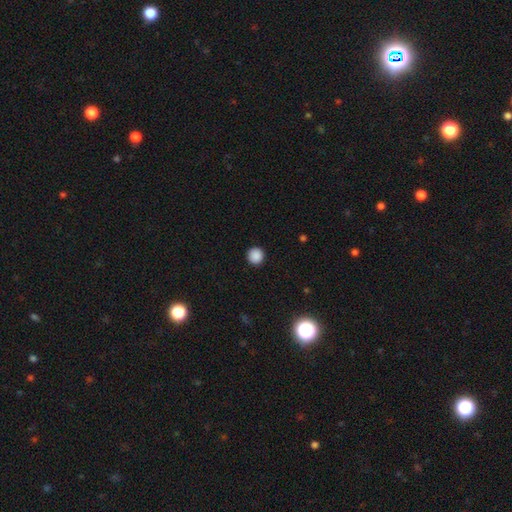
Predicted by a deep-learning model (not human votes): Smooth or featured? Predicted: smooth (p=0.88). How rounded? Predicted: round (p=0.94). Merging? Predicted: none (p=0.93).